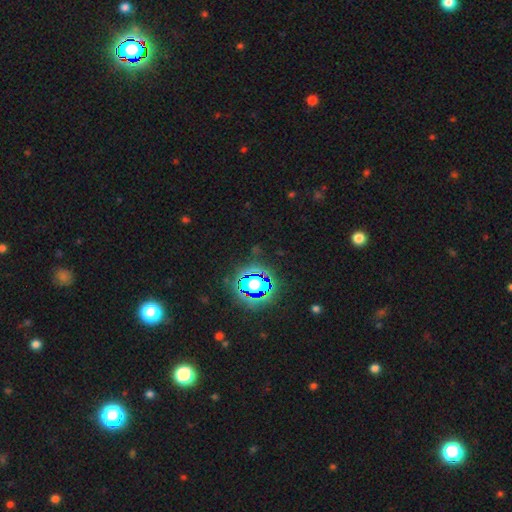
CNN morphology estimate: smooth_or_featured: star or artifact (p=0.73) [alt: smooth p=0.18]